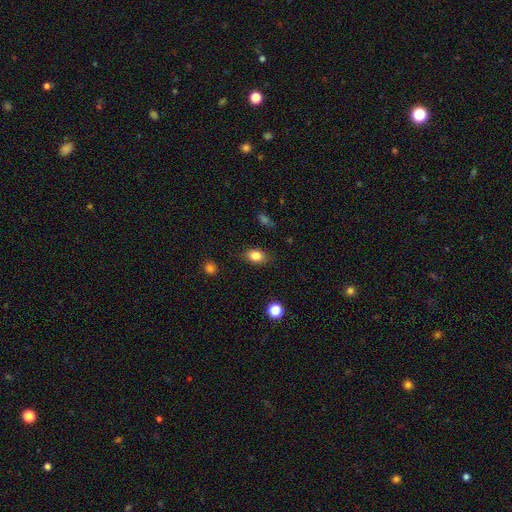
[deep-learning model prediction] A smooth galaxy with no disk features (83%) that is in between round and cigar-shaped (73%). Merging: none (84%).